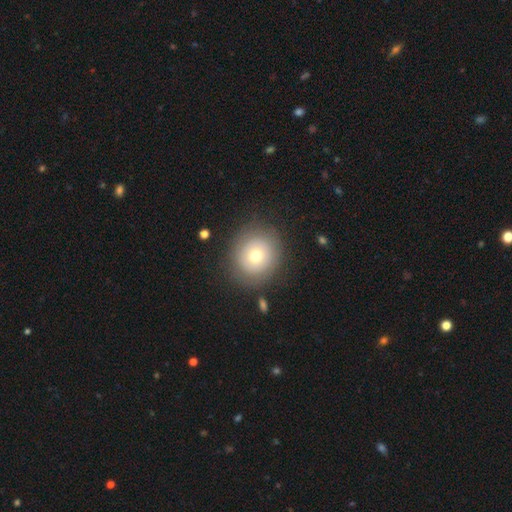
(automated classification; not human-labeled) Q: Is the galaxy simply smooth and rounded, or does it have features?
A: smooth — 66%.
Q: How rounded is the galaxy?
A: round — 82%.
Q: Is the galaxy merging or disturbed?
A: none — 81%.